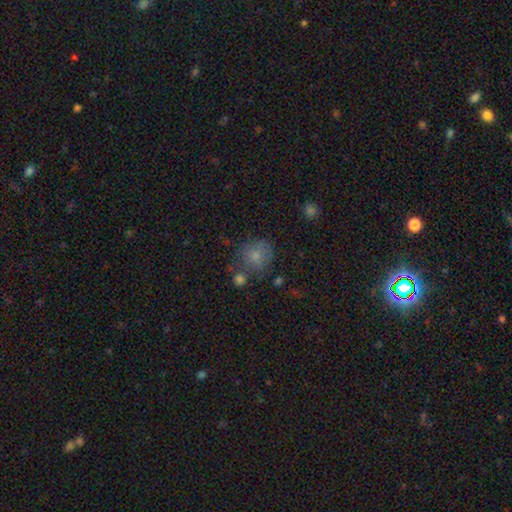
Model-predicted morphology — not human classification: type=smooth (76%); roundness=round (77%); merging=none (56%).